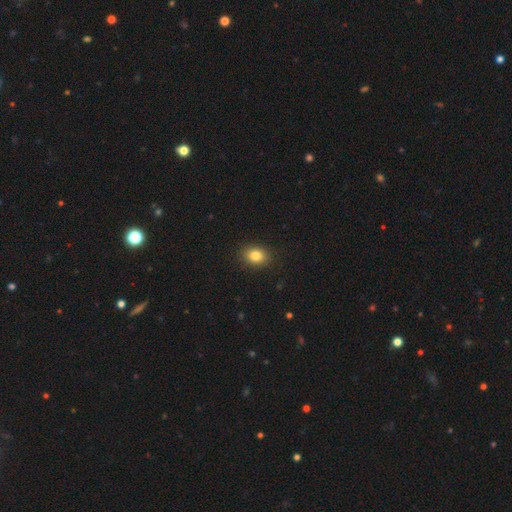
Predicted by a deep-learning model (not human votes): A smooth galaxy with no disk features (83%) that is in between round and cigar-shaped (61%). Merging: none (89%).